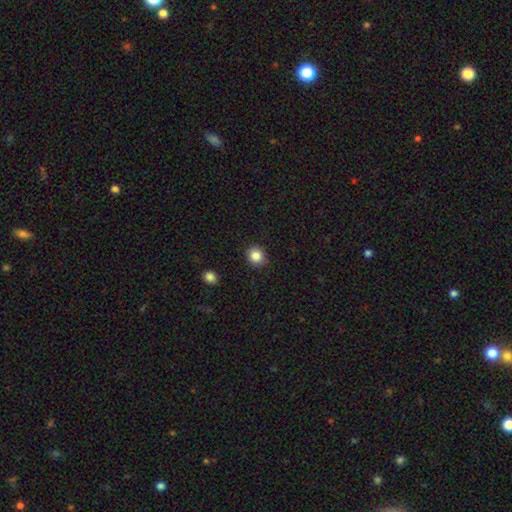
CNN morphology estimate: The model was most divided on "how rounded": round: 78%, in between: 21%, cigar-shaped: 1%. More confident: merging — none (89%); smooth or featured — smooth (85%).